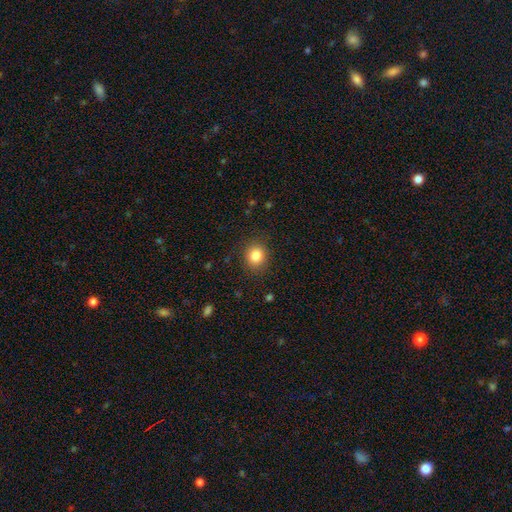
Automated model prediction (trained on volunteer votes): Smooth or featured? smooth (84%)
How rounded? round (77%)
Merging? none (87%)